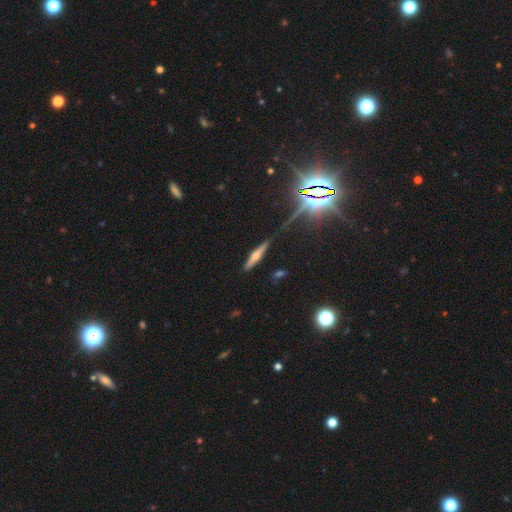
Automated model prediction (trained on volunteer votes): This appears to be a featured or disk galaxy (47%). Merging: none (86%).